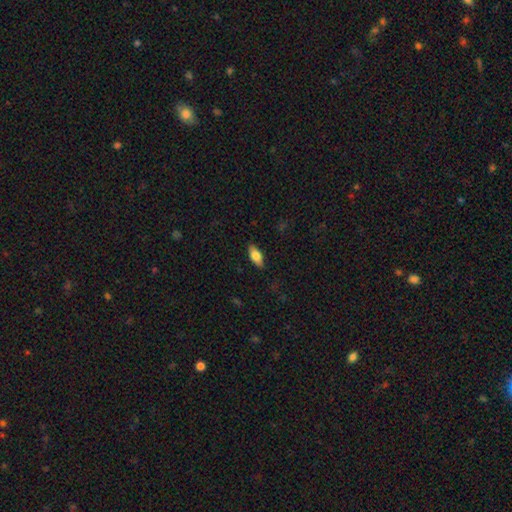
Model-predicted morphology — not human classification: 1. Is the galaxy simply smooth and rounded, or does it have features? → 75% smooth, 18% featured or disk, 7% star or artifact.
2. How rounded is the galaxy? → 85% in between, 12% cigar-shaped, 3% round.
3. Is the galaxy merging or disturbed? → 86% none, 11% minor disturbance, 2% major disturbance, 1% merger.